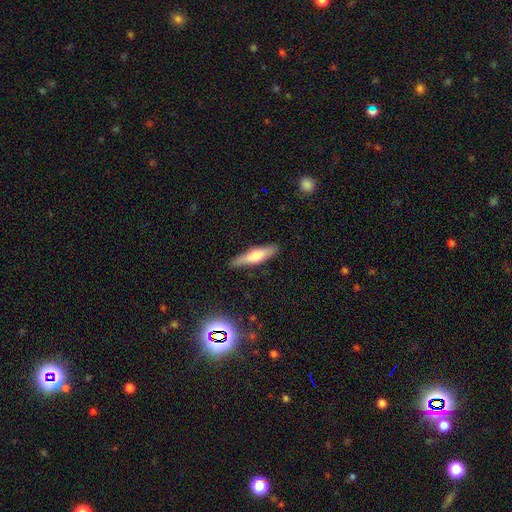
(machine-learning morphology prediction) smooth 54%, featured or disk 40%, star or artifact 6%. Down the decision tree: how rounded — cigar-shaped (77%); merging — none (87%).